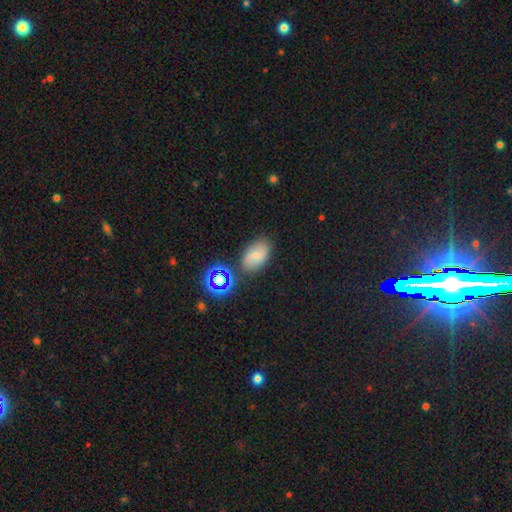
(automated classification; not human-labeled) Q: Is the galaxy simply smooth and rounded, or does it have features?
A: smooth — 57%.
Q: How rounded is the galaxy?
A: in between — 85%.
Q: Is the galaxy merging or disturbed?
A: none — 75%.